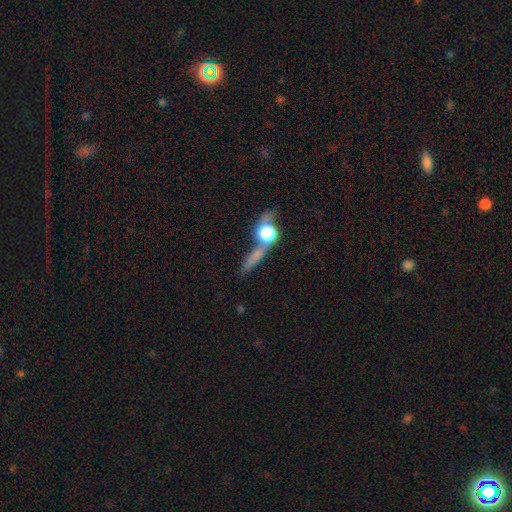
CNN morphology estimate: Smooth or featured: smooth — 45% (featured or disk — 38%)
Merging: none — 46% (merger — 26%)